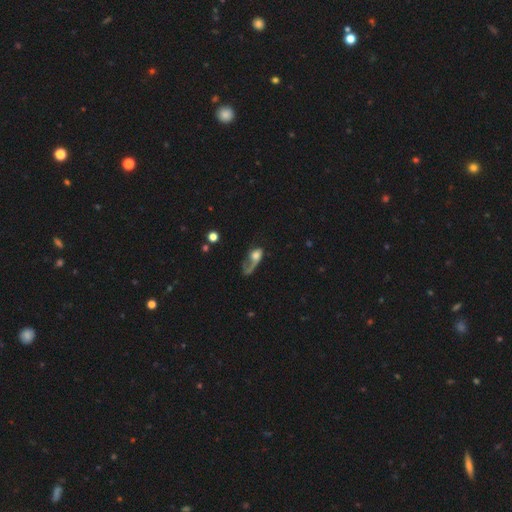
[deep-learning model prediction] Smooth or featured: featured or disk — 49% (smooth — 41%)
Merging: major disturbance — 58% (none — 21%)